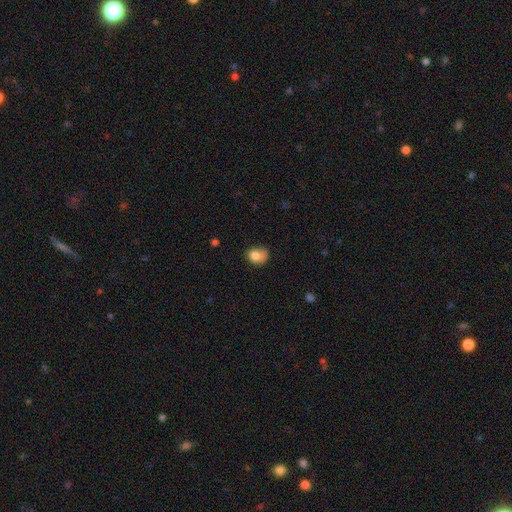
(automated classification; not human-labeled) Smooth or featured? Predicted: smooth (p=0.79). How rounded? Predicted: round (p=0.55). Merging? Predicted: none (p=0.45).